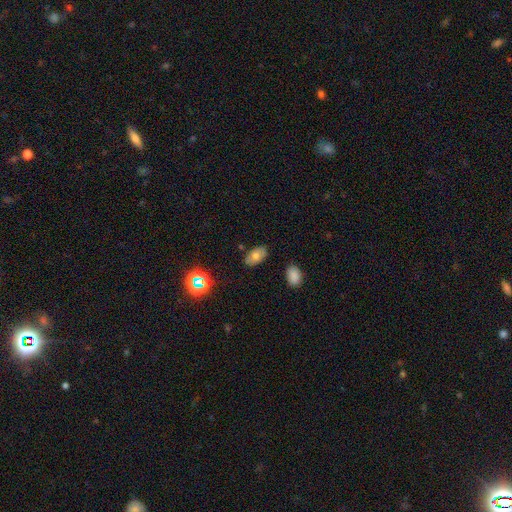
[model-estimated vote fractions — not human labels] A smooth galaxy with no disk features (67%) that is in between round and cigar-shaped (92%).

Vote fractions:
- Smooth or featured? smooth: 67% / featured or disk: 21% / star or artifact: 12%
- How rounded? in between: 92% / round: 7% / cigar-shaped: 2%
- Merging? none: 83% / minor disturbance: 12% / major disturbance: 3% / merger: 2%